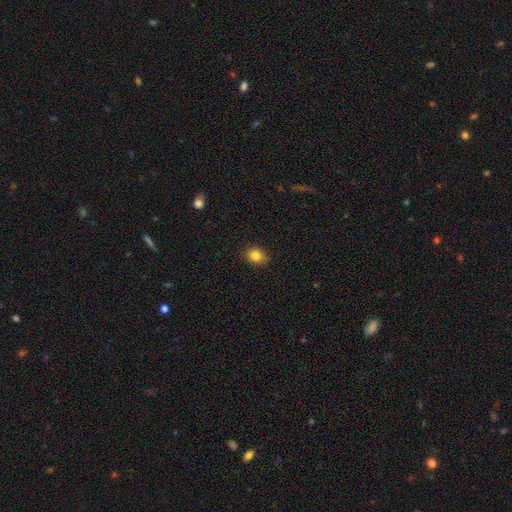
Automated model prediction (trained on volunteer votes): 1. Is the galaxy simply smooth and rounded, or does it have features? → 83% smooth, 11% star or artifact, 6% featured or disk.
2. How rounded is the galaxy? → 54% round, 45% in between, 1% cigar-shaped.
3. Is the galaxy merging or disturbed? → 88% none, 9% minor disturbance, 2% major disturbance, 1% merger.